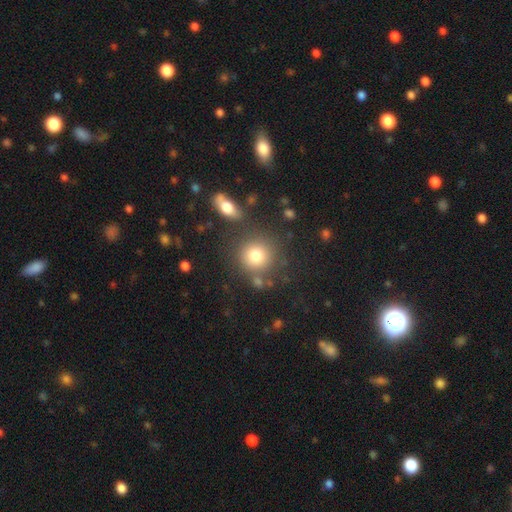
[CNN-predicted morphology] Overall: smooth (79%). How rounded: round (90%). Merging: none (75%).